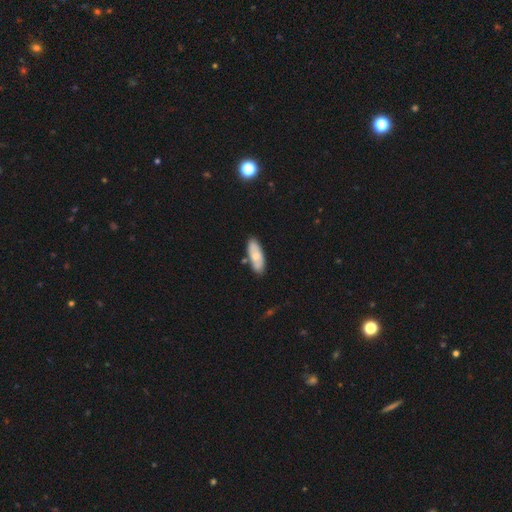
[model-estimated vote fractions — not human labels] A smooth galaxy with no disk features (62%) that is in between round and cigar-shaped (75%).

Vote fractions:
- Smooth or featured? smooth: 62% / featured or disk: 32% / star or artifact: 6%
- How rounded? in between: 75% / cigar-shaped: 23% / round: 2%
- Merging? none: 80% / minor disturbance: 13% / merger: 5% / major disturbance: 2%